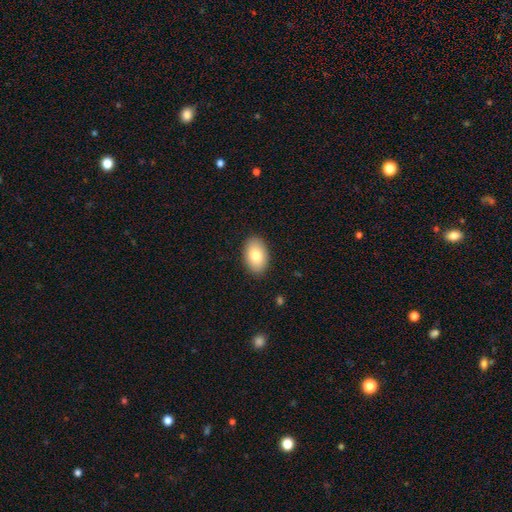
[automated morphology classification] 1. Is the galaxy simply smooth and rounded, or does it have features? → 81% smooth, 12% featured or disk, 7% star or artifact.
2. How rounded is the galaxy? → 91% in between, 8% round, 1% cigar-shaped.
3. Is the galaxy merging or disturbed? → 89% none, 8% minor disturbance, 2% major disturbance, 1% merger.